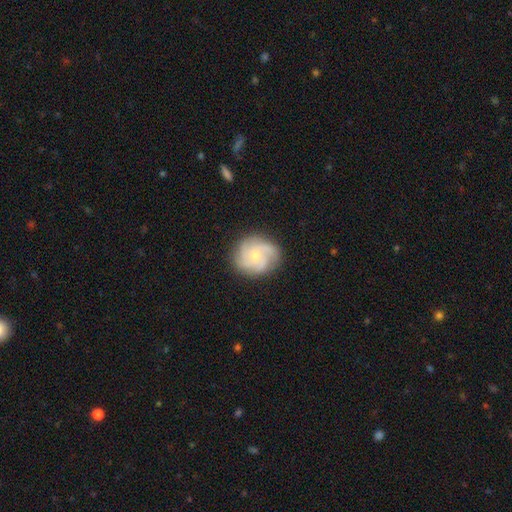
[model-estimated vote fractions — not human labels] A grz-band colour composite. It shows a featured or disk galaxy (73%) with no bar (78%), 3 (46%) tight (48%) spiral arms (94%) and a small central bulge (59%). Merging: none (79%).